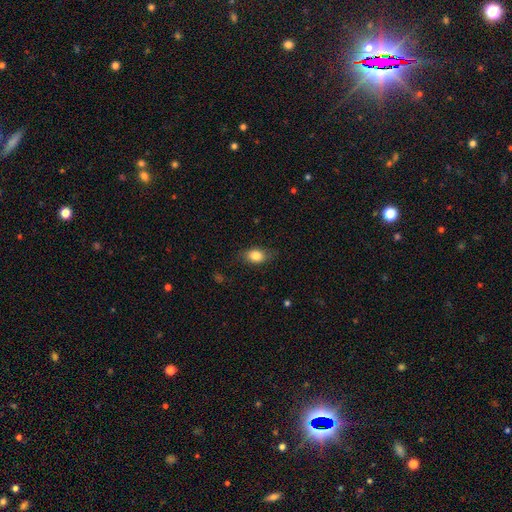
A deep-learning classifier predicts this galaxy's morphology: The model was most divided on "how rounded": in between: 76%, round: 21%, cigar-shaped: 3%. More confident: smooth or featured — smooth (82%); merging — none (78%).